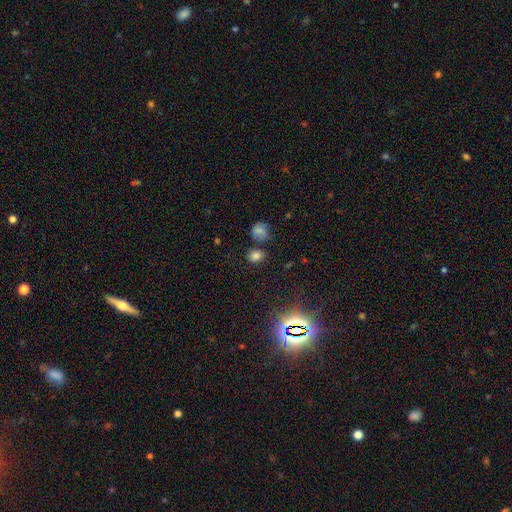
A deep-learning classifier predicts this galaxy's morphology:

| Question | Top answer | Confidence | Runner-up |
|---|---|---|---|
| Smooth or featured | smooth | 77% | star or artifact (16%) |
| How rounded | round | 52% | in between (47%) |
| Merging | none | 76% | minor disturbance (12%) |